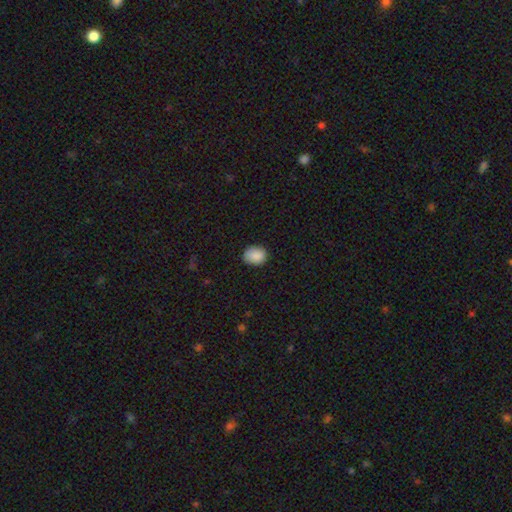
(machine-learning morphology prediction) type=smooth (88%); roundness=in between (54%); merging=none (78%).